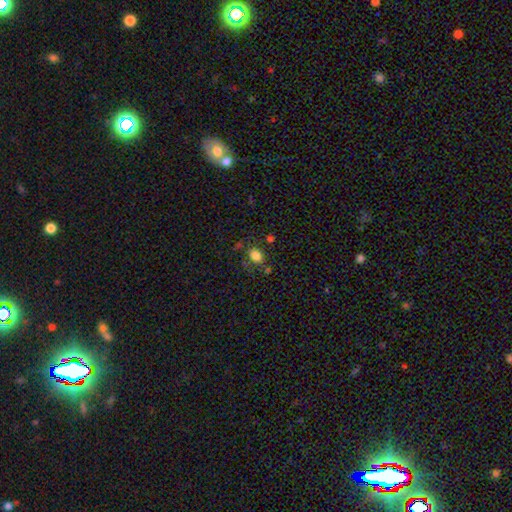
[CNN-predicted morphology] smooth_or_featured: smooth (p=0.81) [alt: star or artifact p=0.12]
how_rounded: in between (p=0.63) [alt: round p=0.36]
merging: none (p=0.72) [alt: minor disturbance p=0.15]